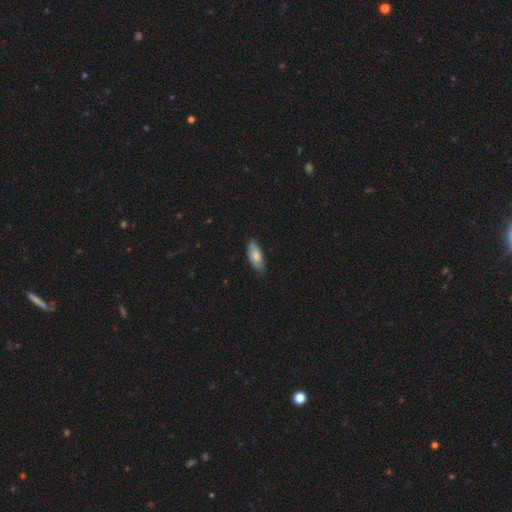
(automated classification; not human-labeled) A smooth galaxy with no disk features (77%) that is in between round and cigar-shaped (77%). Merging: none (77%).